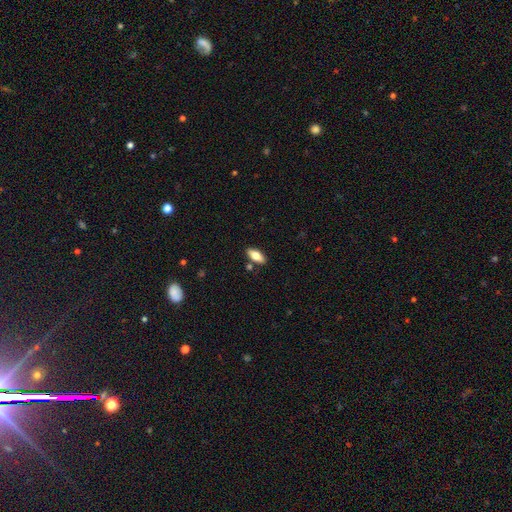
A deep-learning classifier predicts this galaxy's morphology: A smooth galaxy with no disk features (72%) that is in between round and cigar-shaped (80%).

Vote fractions:
- Smooth or featured? smooth: 72% / featured or disk: 22% / star or artifact: 7%
- How rounded? in between: 80% / cigar-shaped: 17% / round: 2%
- Merging? none: 83% / minor disturbance: 10% / merger: 5% / major disturbance: 2%